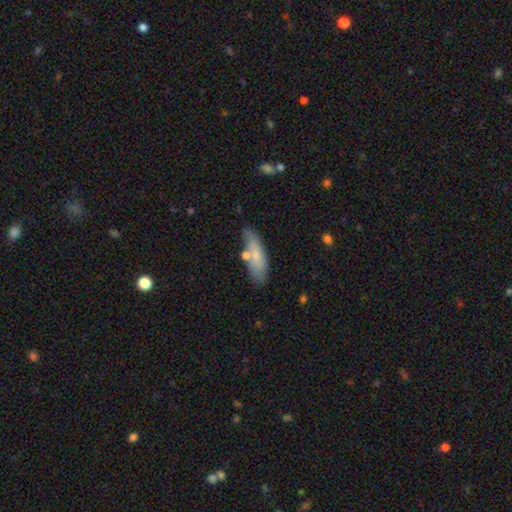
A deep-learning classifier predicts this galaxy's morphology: Smooth or featured? Predicted: smooth (p=0.69). How rounded? Predicted: in between (p=0.54). Merging? Predicted: none (p=0.63).